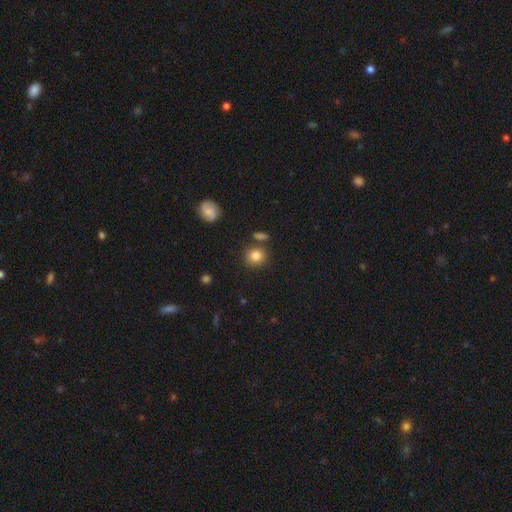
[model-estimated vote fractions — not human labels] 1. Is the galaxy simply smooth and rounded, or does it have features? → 83% smooth, 10% star or artifact, 6% featured or disk.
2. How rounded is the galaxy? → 84% round, 15% in between, 1% cigar-shaped.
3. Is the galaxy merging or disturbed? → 78% none, 11% minor disturbance, 8% merger, 3% major disturbance.